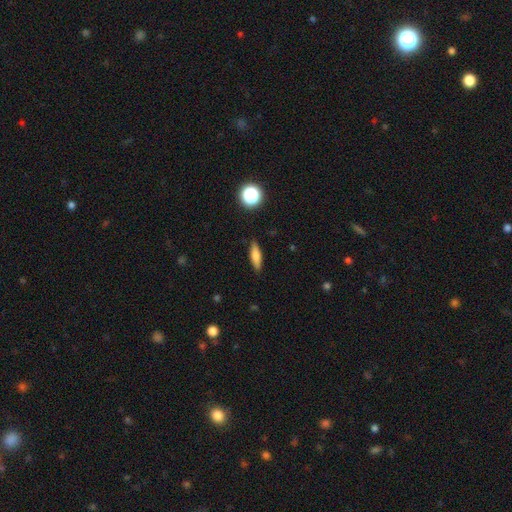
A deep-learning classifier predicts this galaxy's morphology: Smooth or featured?
  - smooth: 72% *
  - featured or disk: 19%
  - star or artifact: 9%
How rounded?
  - cigar-shaped: 57% *
  - in between: 39%
  - round: 4%
Merging?
  - none: 87% *
  - minor disturbance: 10%
  - major disturbance: 2%
  - merger: 1%